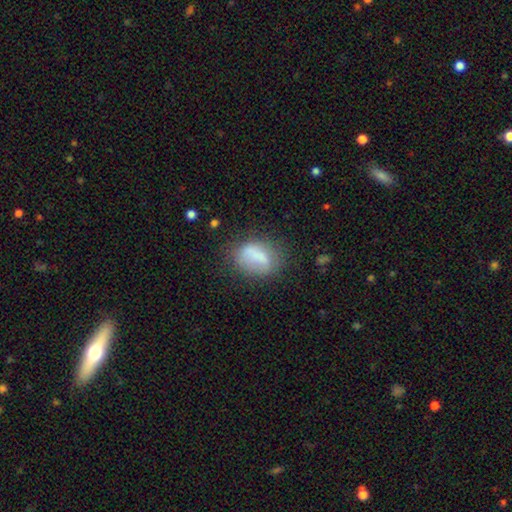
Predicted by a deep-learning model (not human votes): This is likely a smooth galaxy (71%). How rounded: likely in between (76%). Merging: possibly none (54%).